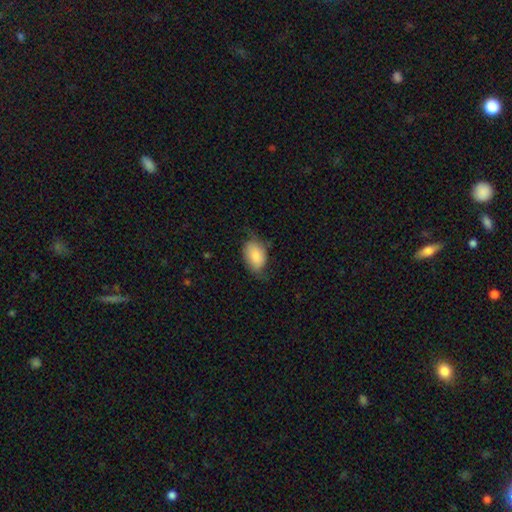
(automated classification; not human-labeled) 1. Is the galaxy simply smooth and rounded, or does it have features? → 80% smooth, 14% featured or disk, 7% star or artifact.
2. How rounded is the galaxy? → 87% in between, 12% round, 1% cigar-shaped.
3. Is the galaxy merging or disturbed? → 56% none, 32% minor disturbance, 11% major disturbance, 1% merger.